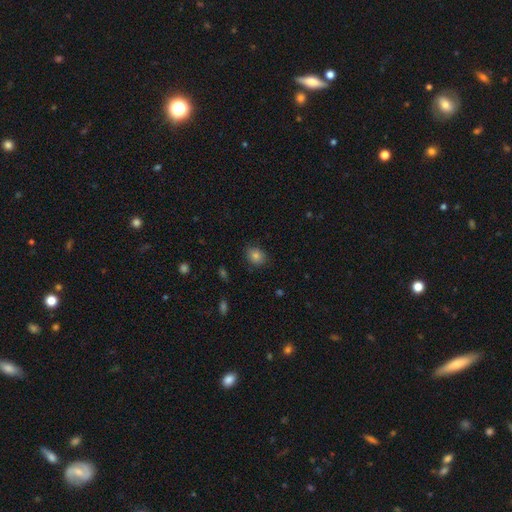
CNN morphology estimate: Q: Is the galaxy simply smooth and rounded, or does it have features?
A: smooth — 81%.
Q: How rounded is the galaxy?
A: round — 58%.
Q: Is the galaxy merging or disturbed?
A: none — 83%.